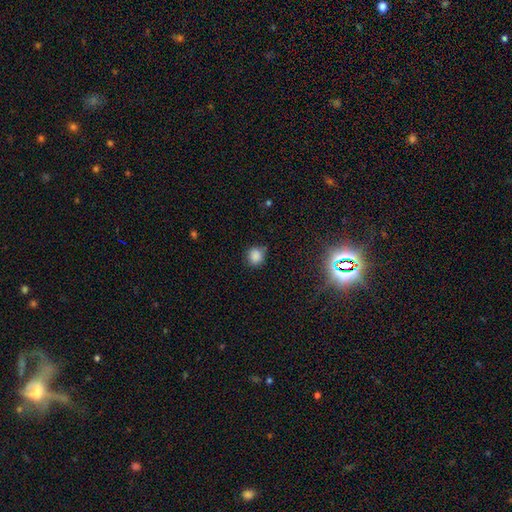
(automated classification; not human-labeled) A smooth galaxy with no disk features (84%) that is round (86%). Merging: none (77%).